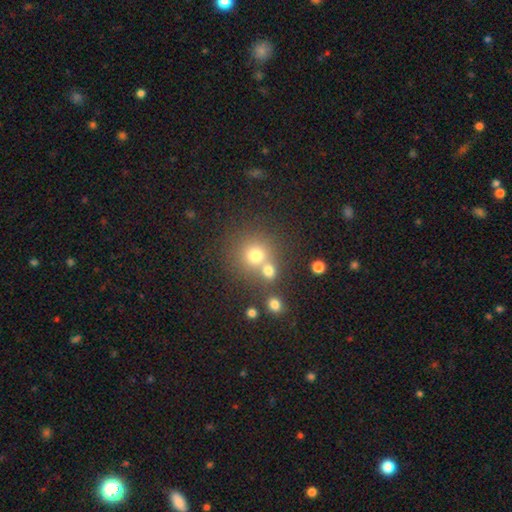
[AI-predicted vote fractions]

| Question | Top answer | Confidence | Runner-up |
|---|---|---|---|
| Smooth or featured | smooth | 72% | star or artifact (17%) |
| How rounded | round | 88% | in between (11%) |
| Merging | none | 53% | merger (36%) |